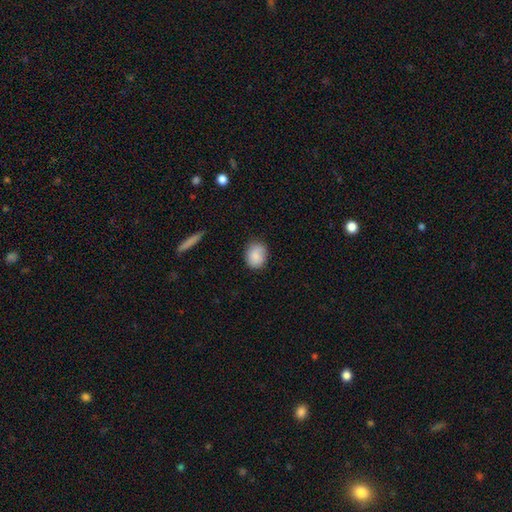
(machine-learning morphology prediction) This appears to be a smooth galaxy with no disk features (85%) that is round (62%). Merging: none (79%).